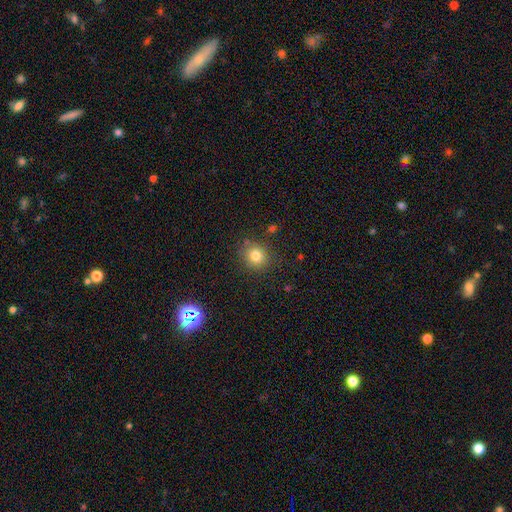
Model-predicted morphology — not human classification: smooth 80%, star or artifact 13%, featured or disk 7%. Down the decision tree: how rounded — round (85%); merging — none (84%).